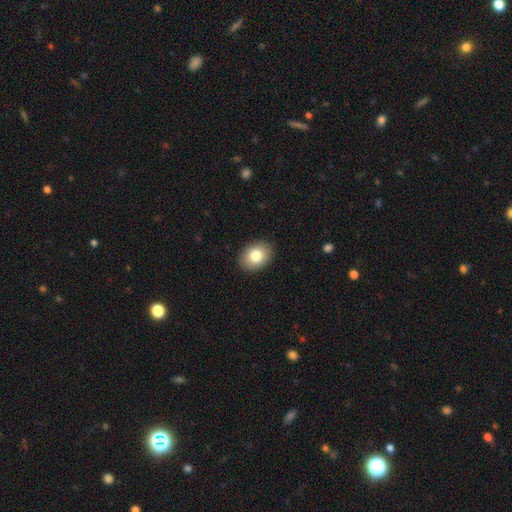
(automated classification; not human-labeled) Overall: smooth (82%). How rounded: in between (67%; round 32%). Merging: none (90%).